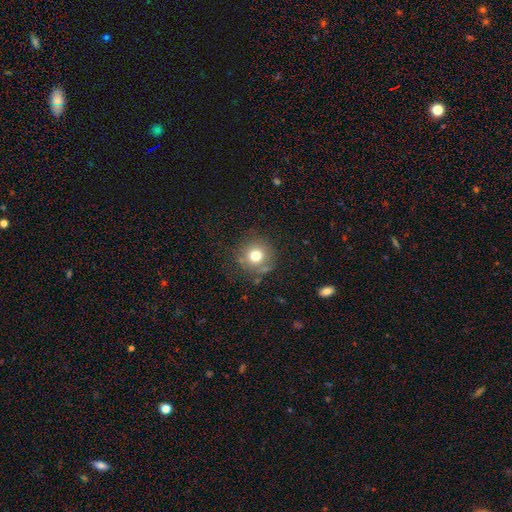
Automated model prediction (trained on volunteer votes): smooth_or_featured: smooth (p=0.75) [alt: star or artifact p=0.13]
how_rounded: round (p=0.94) [alt: in between p=0.05]
merging: none (p=0.80) [alt: minor disturbance p=0.12]